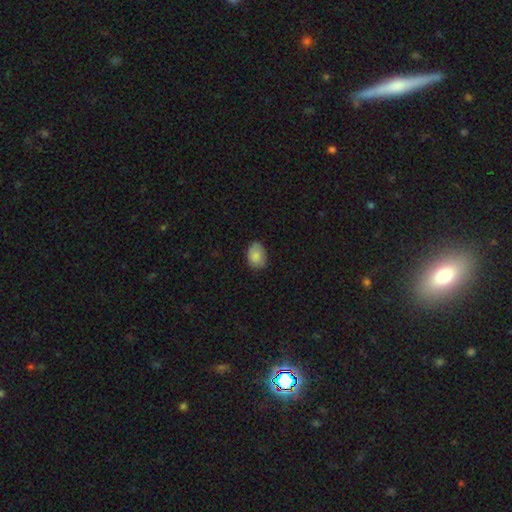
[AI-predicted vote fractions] Smooth or featured? Predicted: smooth (p=0.83). How rounded? Predicted: in between (p=0.71). Merging? Predicted: none (p=0.74).